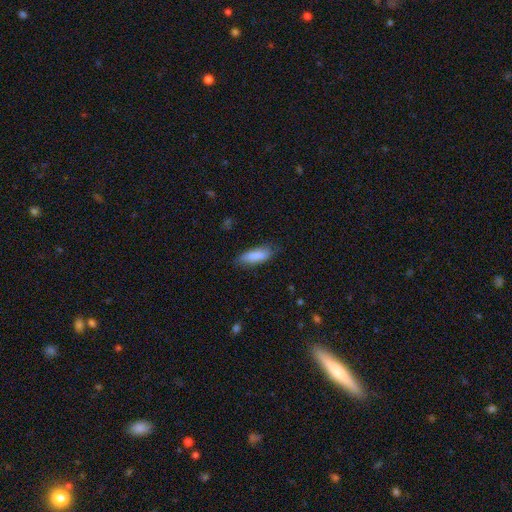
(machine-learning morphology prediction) A smooth galaxy with no disk features (85%) that is in between round and cigar-shaped (63%).

Vote fractions:
- Smooth or featured? smooth: 85% / featured or disk: 9% / star or artifact: 6%
- How rounded? in between: 63% / cigar-shaped: 35% / round: 2%
- Merging? none: 76% / minor disturbance: 19% / major disturbance: 4% / merger: 1%